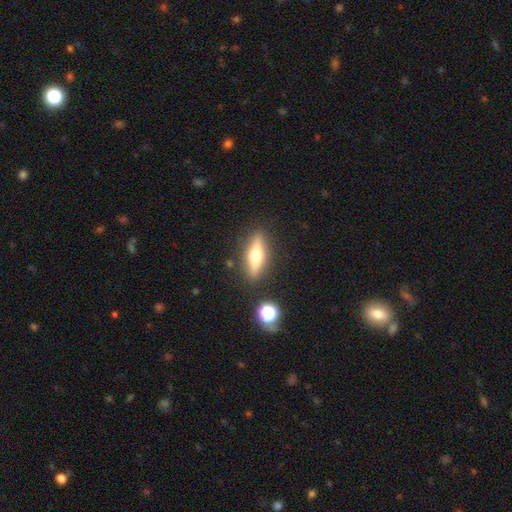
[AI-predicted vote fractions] Smooth or featured? featured or disk (52%)
Edge-on disk? yes (89%)
Merging? none (86%)